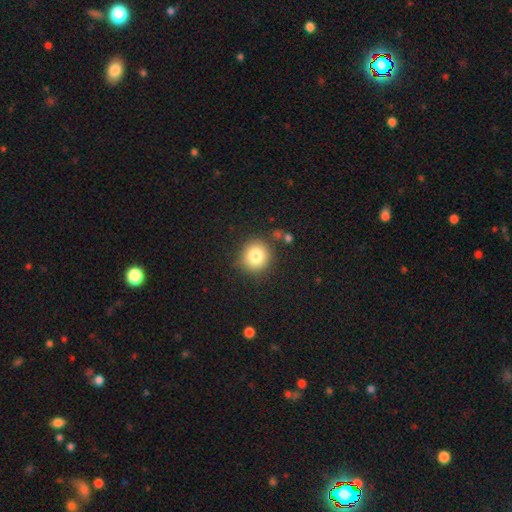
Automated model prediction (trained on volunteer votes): smooth 80%, star or artifact 11%, featured or disk 9%. Down the decision tree: how rounded — round (91%); merging — none (83%).